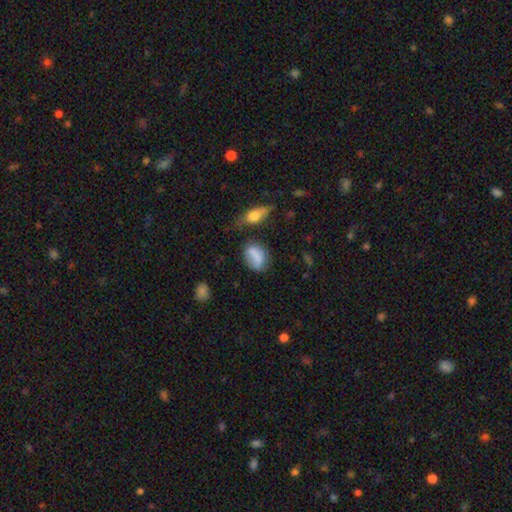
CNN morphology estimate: A smooth galaxy with no disk features (74%) that is in between round and cigar-shaped (76%).

Vote fractions:
- Smooth or featured? smooth: 74% / featured or disk: 17% / star or artifact: 9%
- How rounded? in between: 76% / round: 20% / cigar-shaped: 5%
- Merging? none: 54% / minor disturbance: 26% / major disturbance: 11% / merger: 9%